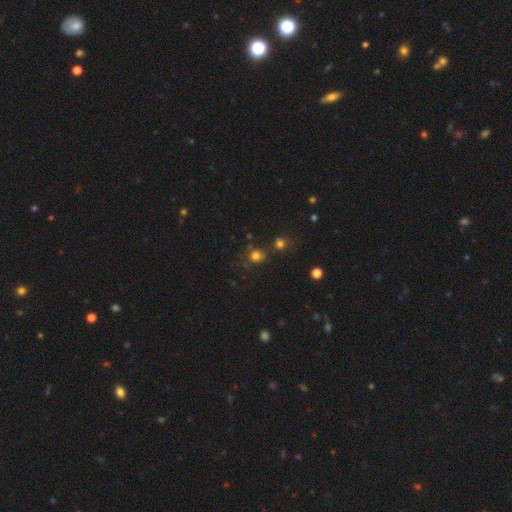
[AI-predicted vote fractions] This is likely a smooth galaxy (71%). How rounded: clearly round (83%). Merging: likely none (65%).